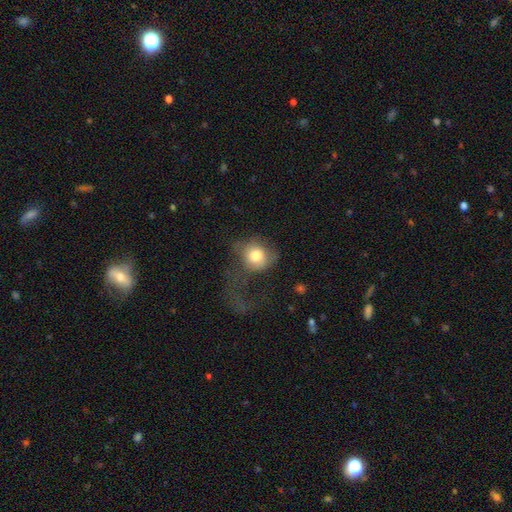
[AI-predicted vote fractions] Smooth or featured? smooth (74%)
How rounded? round (75%)
Merging? major disturbance (54%)